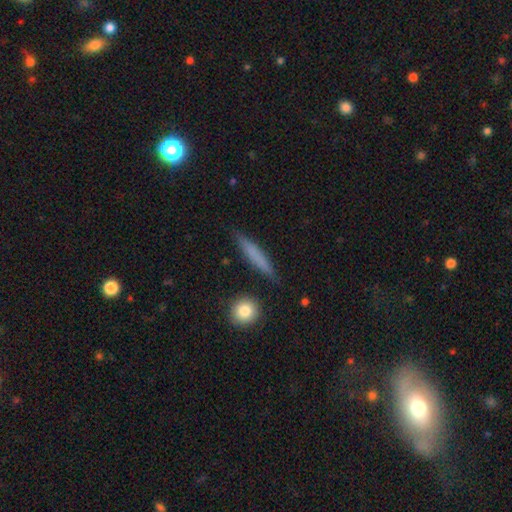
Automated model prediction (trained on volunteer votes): Smooth or featured? Predicted: smooth (p=0.65). How rounded? Predicted: cigar-shaped (p=0.91). Merging? Predicted: none (p=0.87).